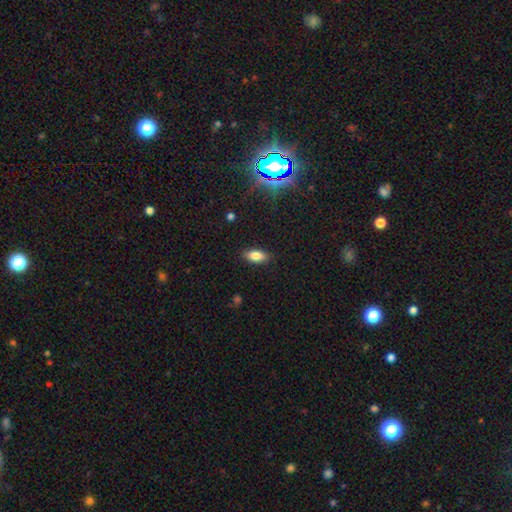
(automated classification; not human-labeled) Smooth or featured? Predicted: smooth (p=0.82). How rounded? Predicted: in between (p=0.85). Merging? Predicted: none (p=0.87).